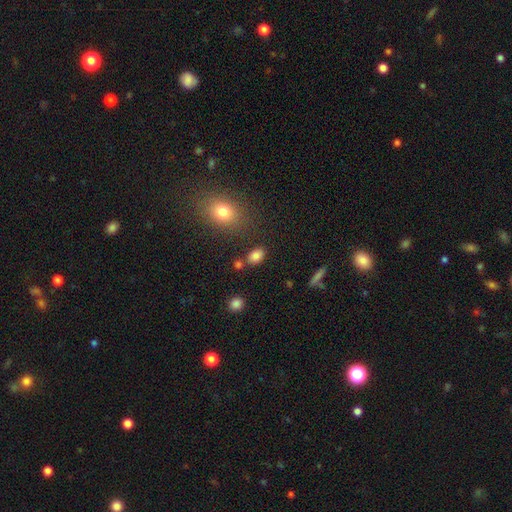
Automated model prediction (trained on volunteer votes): smooth 84%, star or artifact 10%, featured or disk 6%. Down the decision tree: how rounded — in between (80%); merging — none (76%).